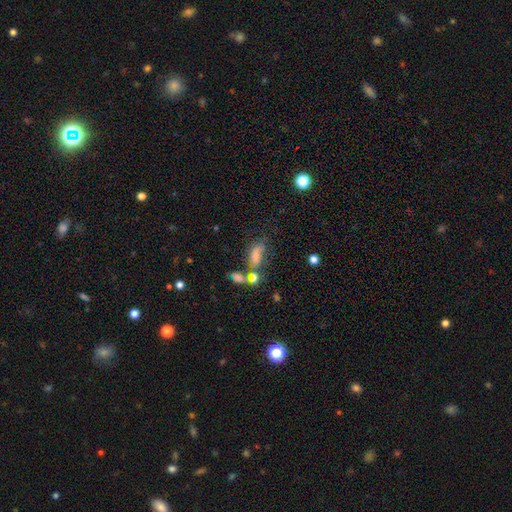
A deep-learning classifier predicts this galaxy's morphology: Smooth or featured? smooth (53%)
How rounded? in between (73%)
Merging? none (38%)